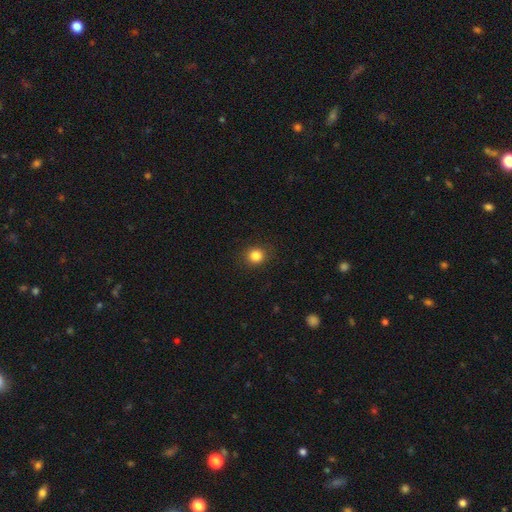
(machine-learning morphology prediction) Smooth or featured? smooth (84%)
How rounded? round (87%)
Merging? none (90%)